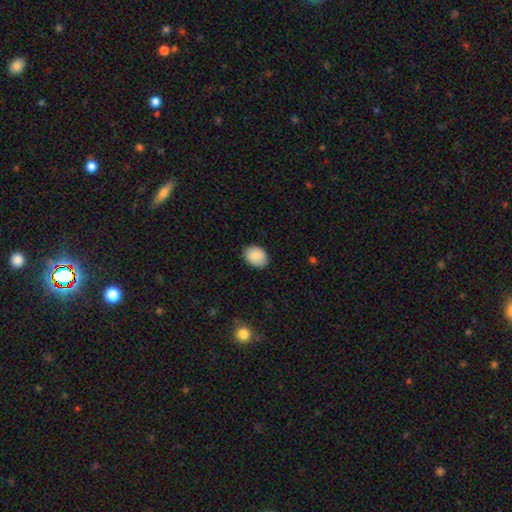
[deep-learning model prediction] A smooth galaxy with no disk features (89%) that is in between round and cigar-shaped (65%).

Vote fractions:
- Smooth or featured? smooth: 89% / star or artifact: 7% / featured or disk: 5%
- How rounded? in between: 65% / round: 34% / cigar-shaped: 1%
- Merging? none: 84% / minor disturbance: 13% / major disturbance: 2% / merger: 1%